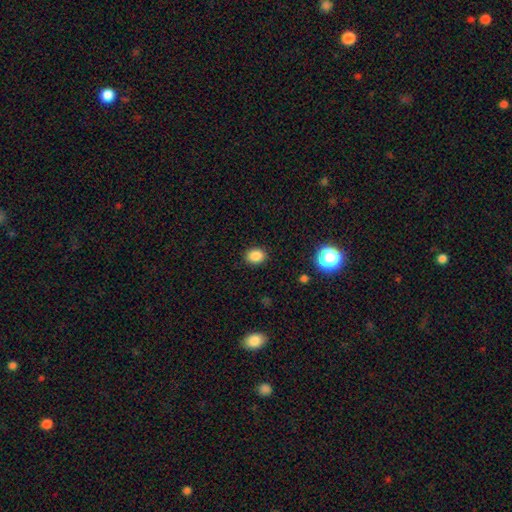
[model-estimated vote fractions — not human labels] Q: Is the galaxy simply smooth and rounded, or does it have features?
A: smooth — 85%.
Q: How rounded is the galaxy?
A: in between — 53%.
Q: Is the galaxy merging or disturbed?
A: none — 88%.